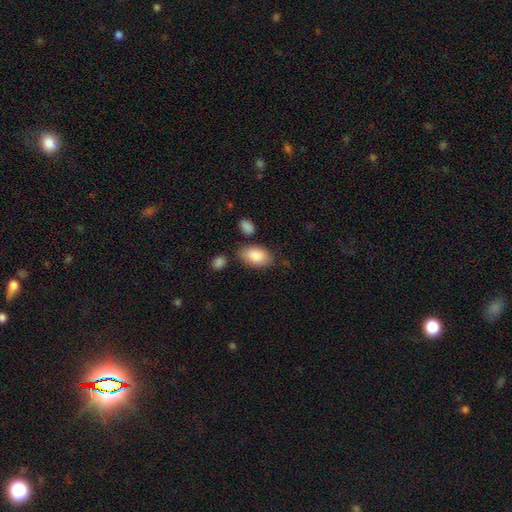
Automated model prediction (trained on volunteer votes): The model was most divided on "merging": none: 71%, minor disturbance: 17%, merger: 7%, major disturbance: 5%. More confident: how rounded — in between (93%); smooth or featured — smooth (87%).